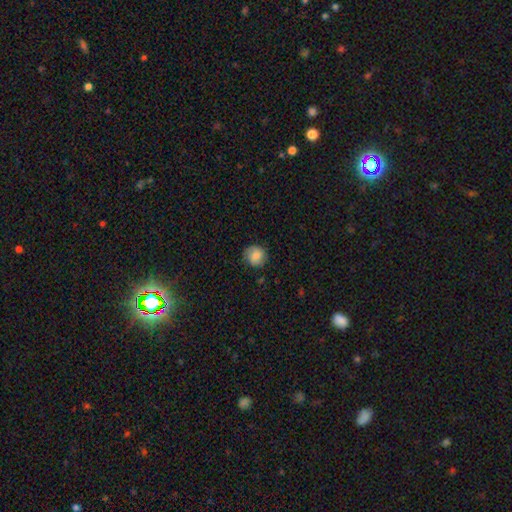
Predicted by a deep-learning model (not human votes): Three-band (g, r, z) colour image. It shows a smooth galaxy with no disk features (80%) that is round (87%). Merging: none (79%).